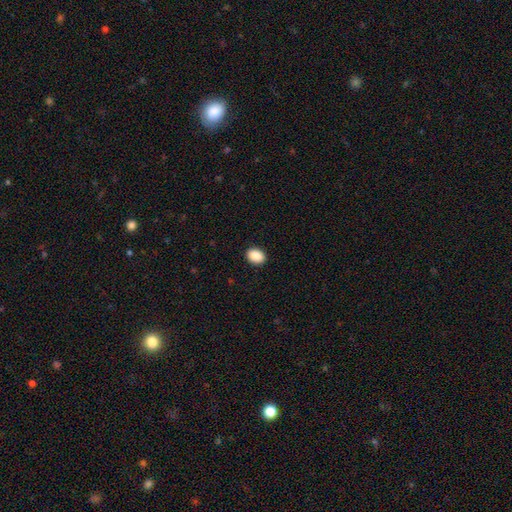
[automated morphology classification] Smooth or featured? smooth (90%)
How rounded? in between (68%)
Merging? none (91%)